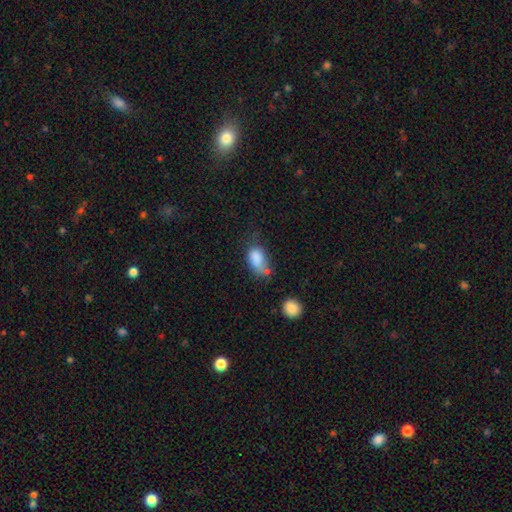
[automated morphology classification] The model was most divided on "merging" (2-way tie): none: 33%, minor disturbance: 33%, major disturbance: 21%, merger: 14%. More confident: how rounded — in between (88%); smooth or featured — smooth (82%).